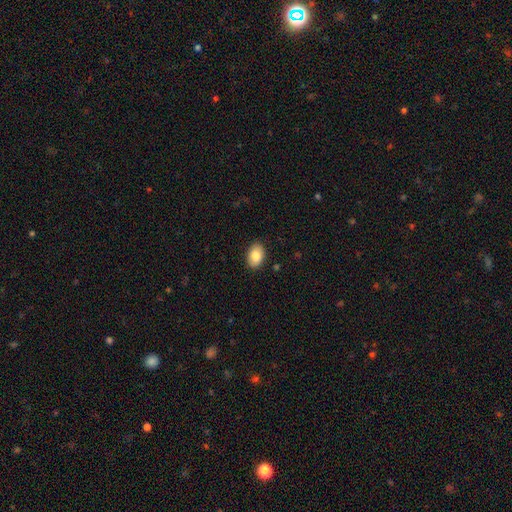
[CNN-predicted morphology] smooth_or_featured: smooth (p=0.86) [alt: featured or disk p=0.07]
how_rounded: in between (p=0.86) [alt: round p=0.13]
merging: none (p=0.88) [alt: minor disturbance p=0.09]